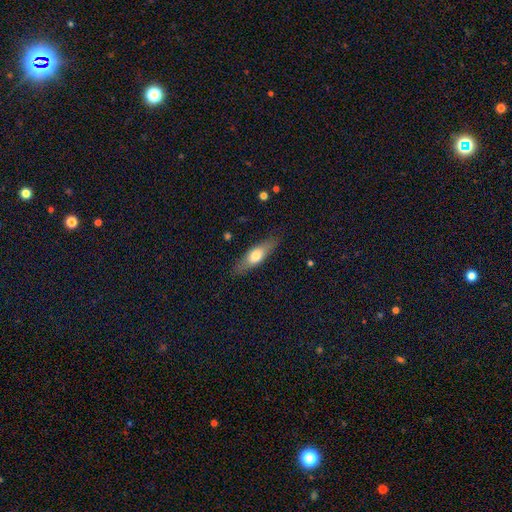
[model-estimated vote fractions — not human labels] Smooth or featured: smooth — 59% (featured or disk — 35%)
How rounded: cigar-shaped — 51% (in between — 46%)
Merging: none — 83% (minor disturbance — 13%)